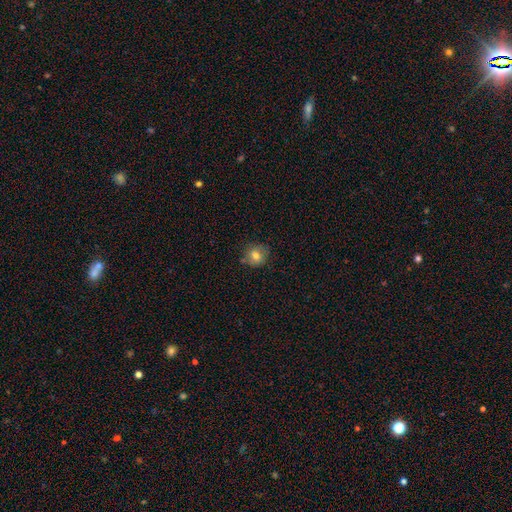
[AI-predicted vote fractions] Smooth or featured?
  - smooth: 78% *
  - featured or disk: 12%
  - star or artifact: 10%
How rounded?
  - round: 85% *
  - in between: 14%
  - cigar-shaped: 1%
Merging?
  - none: 76% *
  - minor disturbance: 17%
  - merger: 4%
  - major disturbance: 3%